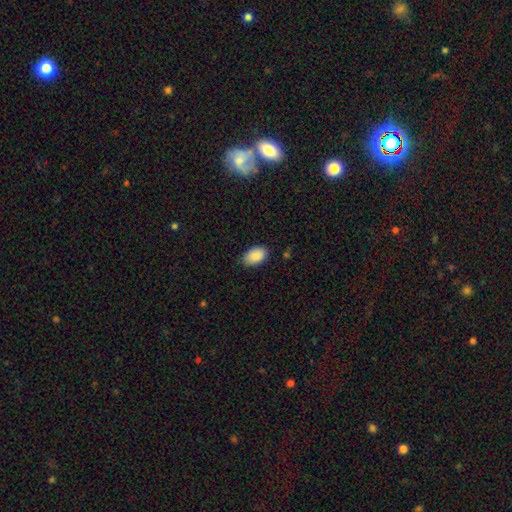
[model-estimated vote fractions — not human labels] Morphology: type=smooth (90%); roundness=in between (93%); merging=none (84%).